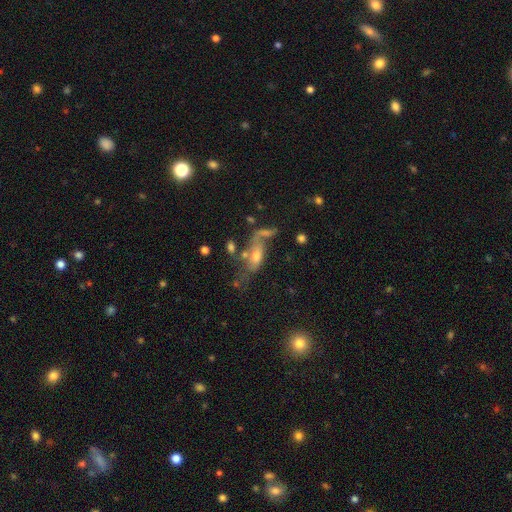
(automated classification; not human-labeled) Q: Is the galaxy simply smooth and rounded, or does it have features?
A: featured or disk — 46%.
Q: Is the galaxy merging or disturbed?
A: none — 30%.